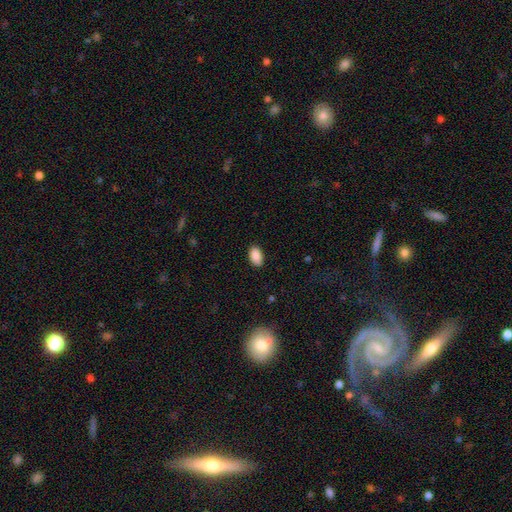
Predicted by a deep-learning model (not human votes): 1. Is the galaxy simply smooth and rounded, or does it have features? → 90% smooth, 7% star or artifact, 3% featured or disk.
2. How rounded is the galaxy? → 93% in between, 5% round, 1% cigar-shaped.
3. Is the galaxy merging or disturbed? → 88% none, 9% minor disturbance, 2% major disturbance, 1% merger.